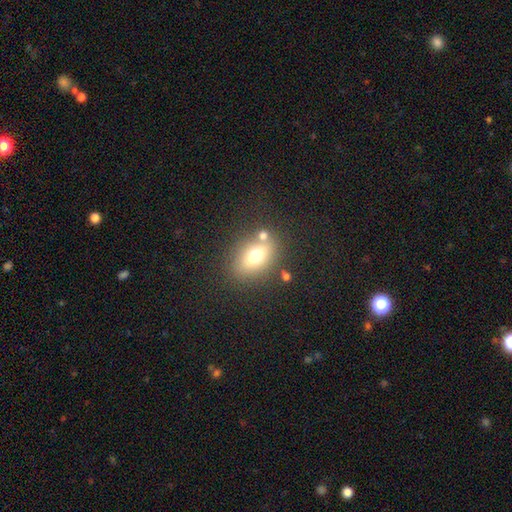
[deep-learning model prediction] smooth_or_featured: smooth (p=0.67) [alt: featured or disk p=0.21]
how_rounded: in between (p=0.74) [alt: round p=0.21]
merging: none (p=0.71) [alt: minor disturbance p=0.12]